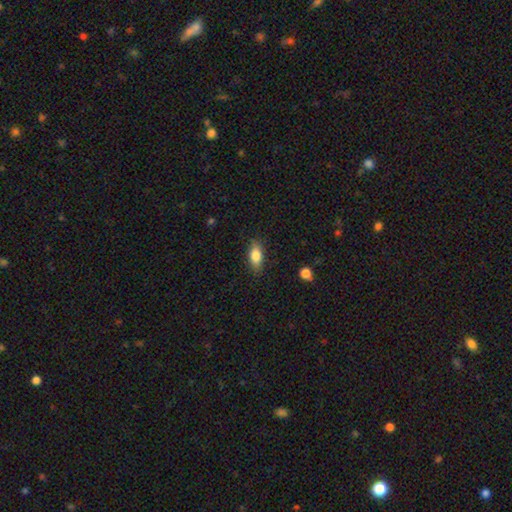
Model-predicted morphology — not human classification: The model was most divided on "merging": none: 84%, minor disturbance: 12%, major disturbance: 3%, merger: 1%. More confident: how rounded — in between (86%); smooth or featured — smooth (83%).